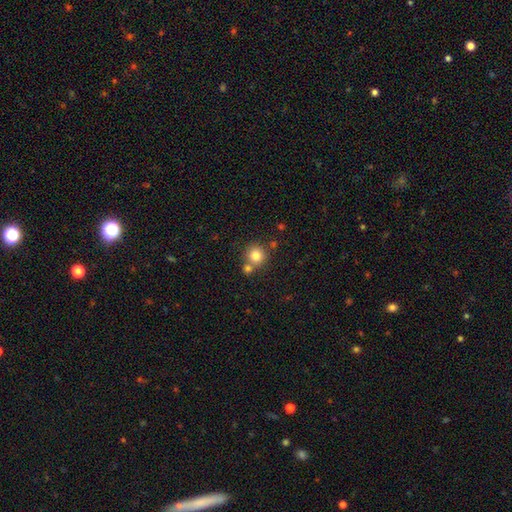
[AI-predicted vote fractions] Morphology: type=smooth (80%); roundness=round (91%); merging=none (62%).